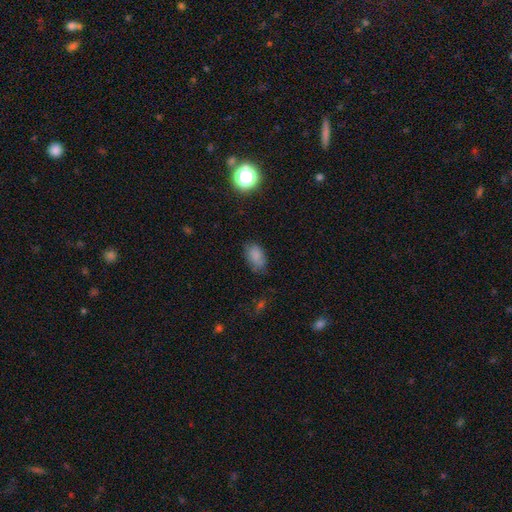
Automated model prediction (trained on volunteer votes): Smooth or featured: smooth — 80% (star or artifact — 12%)
How rounded: in between — 90% (round — 8%)
Merging: none — 68% (minor disturbance — 24%)